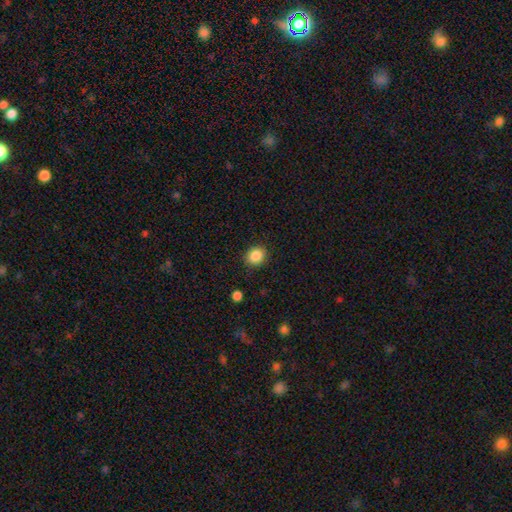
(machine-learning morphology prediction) Smooth or featured? Predicted: smooth (p=0.86). How rounded? Predicted: round (p=0.70). Merging? Predicted: none (p=0.88).